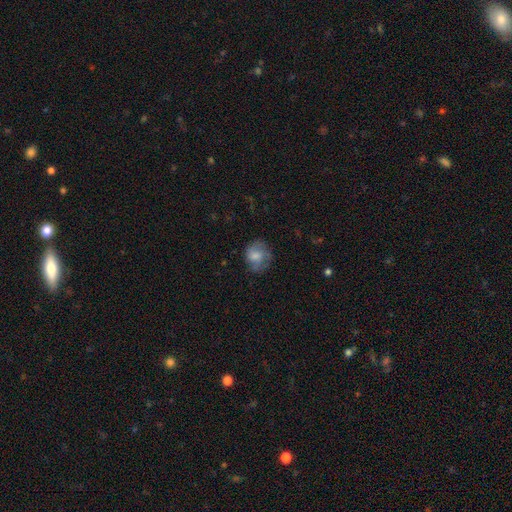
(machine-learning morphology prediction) The model was most divided on "merging": none: 62%, minor disturbance: 24%, major disturbance: 12%, merger: 1%. More confident: how rounded — round (70%); smooth or featured — smooth (66%).